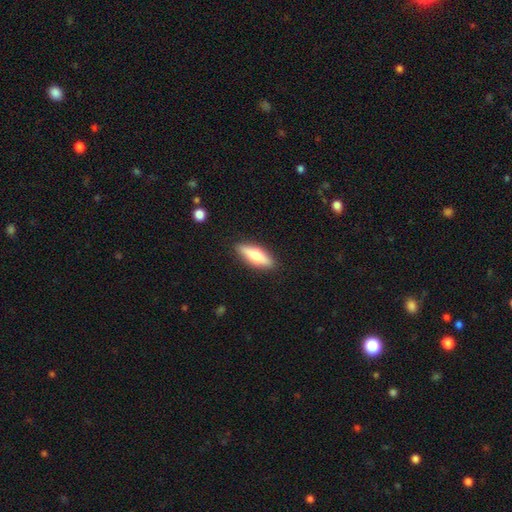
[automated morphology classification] A smooth galaxy with no disk features (55%) that is cigar-shaped (52%). Merging: none (88%).